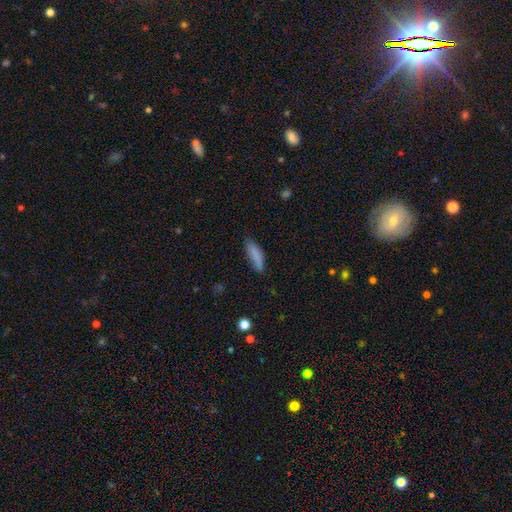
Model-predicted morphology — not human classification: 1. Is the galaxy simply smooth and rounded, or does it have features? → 82% smooth, 10% featured or disk, 8% star or artifact.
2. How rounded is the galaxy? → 60% cigar-shaped, 38% in between, 2% round.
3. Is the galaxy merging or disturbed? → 71% none, 21% minor disturbance, 5% major disturbance, 3% merger.